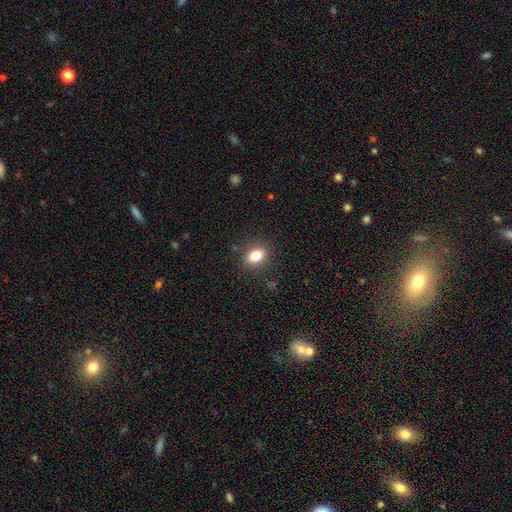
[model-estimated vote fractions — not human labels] smooth_or_featured: smooth (p=0.82) [alt: star or artifact p=0.10]
how_rounded: in between (p=0.77) [alt: round p=0.20]
merging: none (p=0.87) [alt: minor disturbance p=0.10]